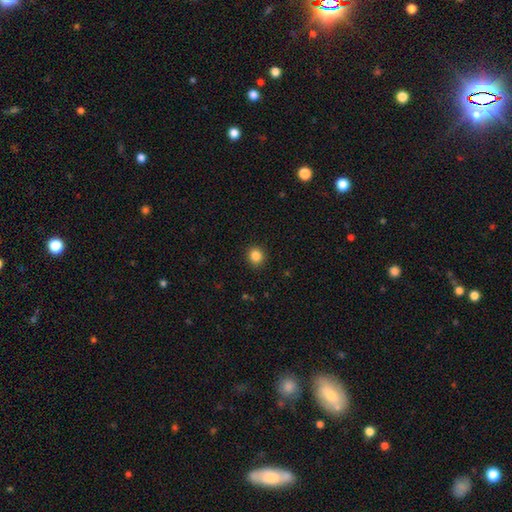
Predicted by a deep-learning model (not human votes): smooth-or-featured: smooth: 86% | star or artifact: 11% | featured or disk: 4%
  how-rounded: round: 87% | in between: 12% | cigar-shaped: 1%
  merging: none: 91% | minor disturbance: 6% | major disturbance: 2% | merger: 1%